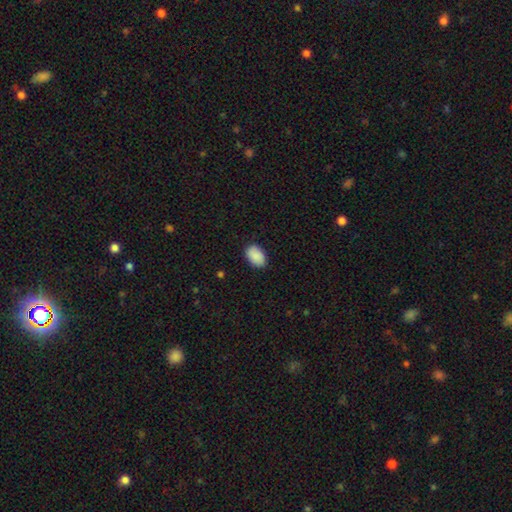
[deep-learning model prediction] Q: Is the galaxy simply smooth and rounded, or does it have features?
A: smooth — 90%.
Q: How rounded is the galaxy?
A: in between — 89%.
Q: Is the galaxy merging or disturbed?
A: none — 87%.